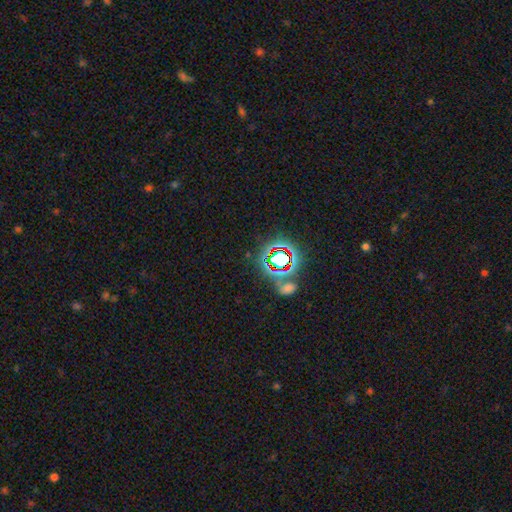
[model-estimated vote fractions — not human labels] Morphology: type=star or artifact (77%).